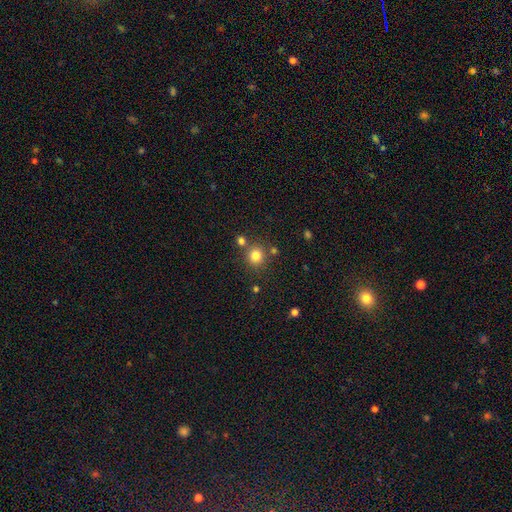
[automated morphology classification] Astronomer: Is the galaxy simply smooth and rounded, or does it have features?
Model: smooth — 80%.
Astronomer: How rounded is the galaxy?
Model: round — 91%.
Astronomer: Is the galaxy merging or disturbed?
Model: none — 77%.